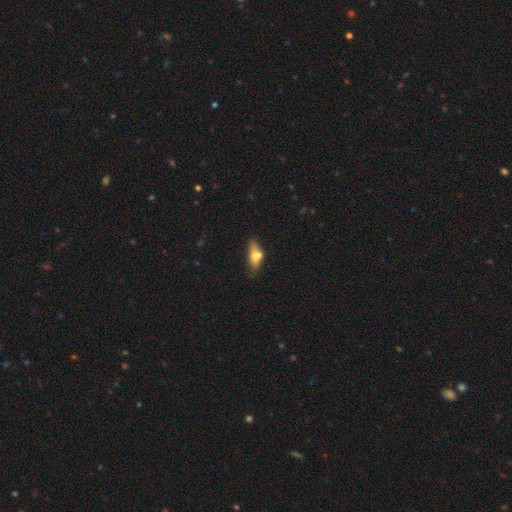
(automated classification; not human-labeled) This is likely a smooth galaxy (64%). How rounded: likely in between (70%). Merging: marginally none (45%).